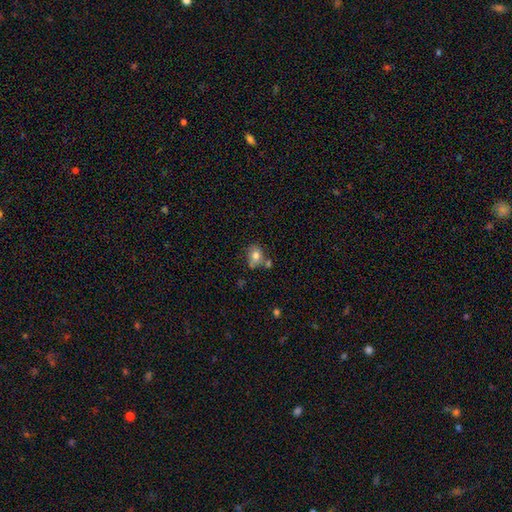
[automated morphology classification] Overall: smooth (75%). How rounded: round (51%; in between 48%). Merging: none (53%; merger 21%).